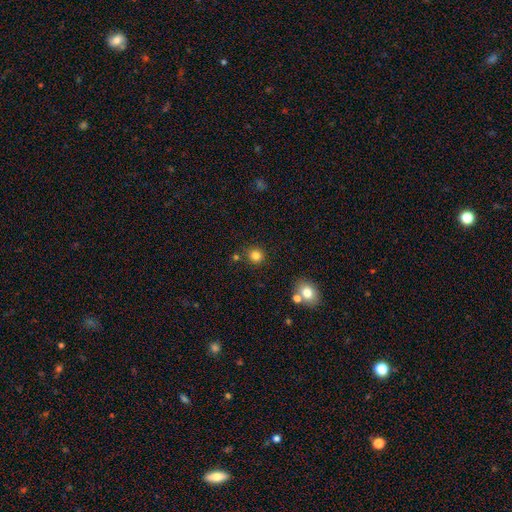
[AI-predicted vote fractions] This appears to be a smooth galaxy with no disk features (82%) that is round (90%). Merging: none (84%).